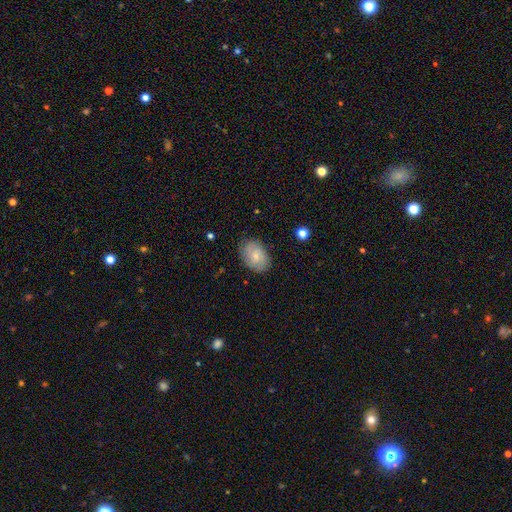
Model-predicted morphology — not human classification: smooth-or-featured: smooth: 63% | featured or disk: 30% | star or artifact: 8%
  how-rounded: in between: 82% | round: 17% | cigar-shaped: 1%
  merging: none: 79% | minor disturbance: 16% | major disturbance: 4% | merger: 1%